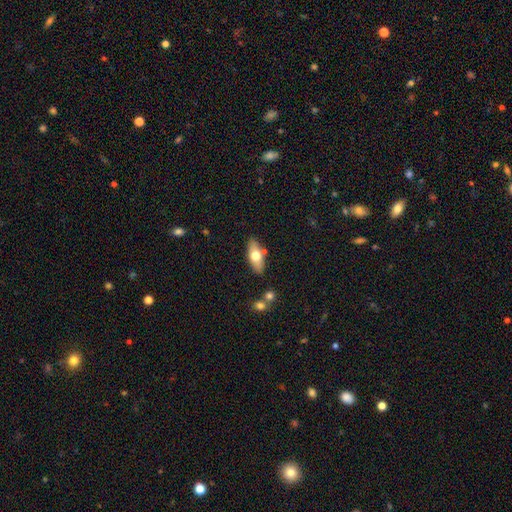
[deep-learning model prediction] Smooth or featured: smooth — 62% (featured or disk — 32%)
How rounded: in between — 79% (cigar-shaped — 18%)
Merging: none — 81% (minor disturbance — 11%)